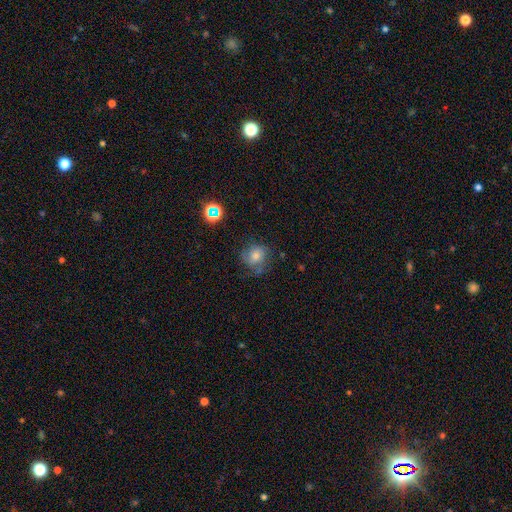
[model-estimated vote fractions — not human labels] Smooth or featured?
  - smooth: 47% *
  - featured or disk: 34%
  - star or artifact: 19%
Merging?
  - none: 60% *
  - minor disturbance: 23%
  - major disturbance: 14%
  - merger: 3%